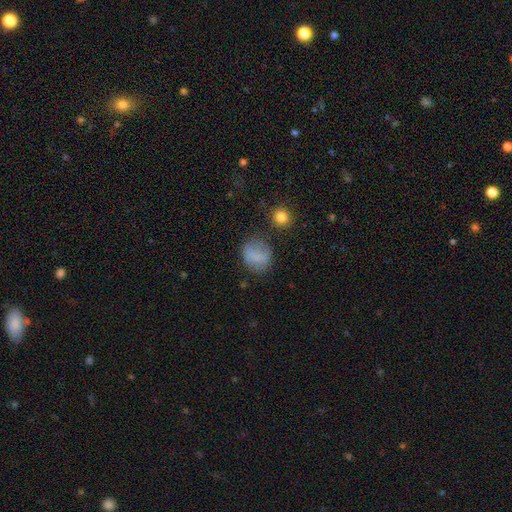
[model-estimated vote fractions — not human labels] A smooth galaxy with no disk features (73%) that is round (65%). Merging: none (70%).